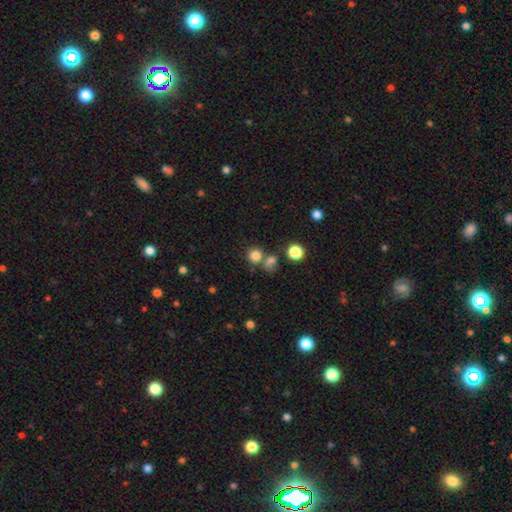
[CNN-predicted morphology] smooth-or-featured: smooth: 79% | star or artifact: 14% | featured or disk: 7%
  how-rounded: round: 88% | in between: 11% | cigar-shaped: 1%
  merging: none: 60% | merger: 27% | minor disturbance: 9% | major disturbance: 5%